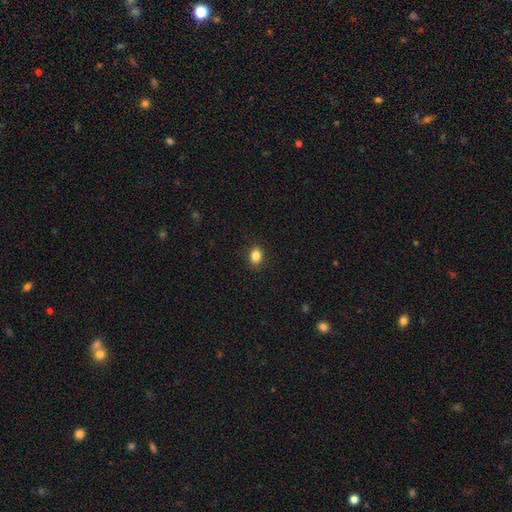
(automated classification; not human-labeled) smooth 85%, star or artifact 10%, featured or disk 5%. Down the decision tree: how rounded — in between (64%); merging — none (90%).